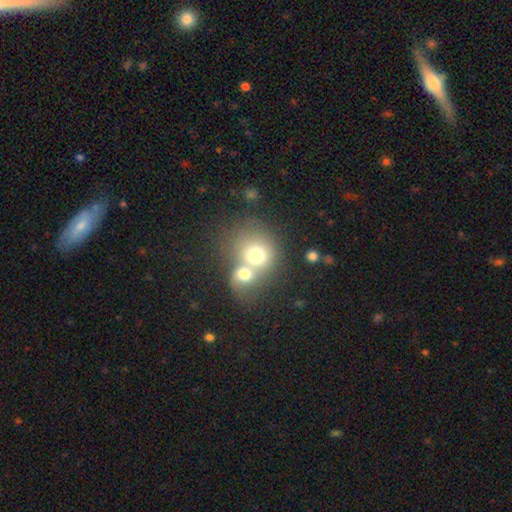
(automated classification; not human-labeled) Morphology: type=smooth (68%); roundness=round (71%); merging=merger (68%).